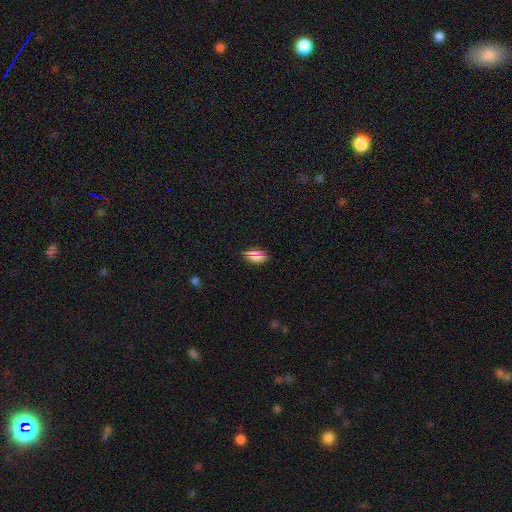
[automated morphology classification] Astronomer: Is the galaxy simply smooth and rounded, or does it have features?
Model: smooth — 72%.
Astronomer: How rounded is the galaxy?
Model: in between — 88%.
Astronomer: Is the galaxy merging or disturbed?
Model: none — 82%.